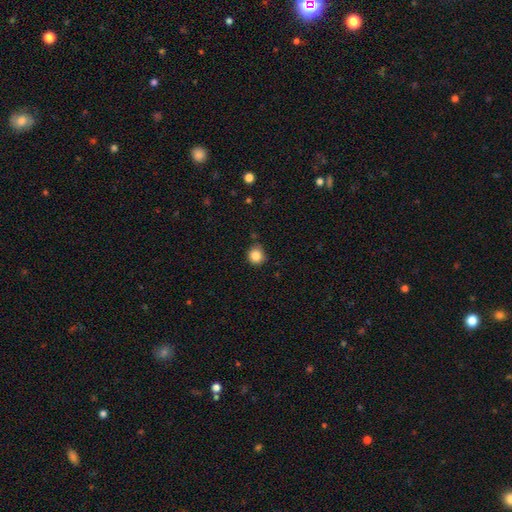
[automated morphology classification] A smooth galaxy with no disk features (85%) that is round (91%). Merging: none (80%).